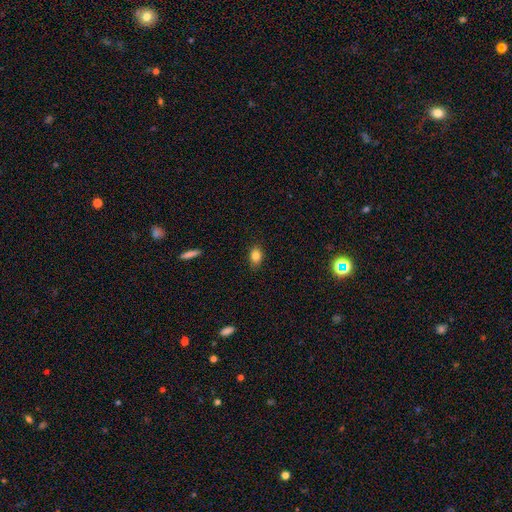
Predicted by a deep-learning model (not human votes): Smooth or featured? Predicted: smooth (p=0.83). How rounded? Predicted: in between (p=0.78). Merging? Predicted: none (p=0.85).